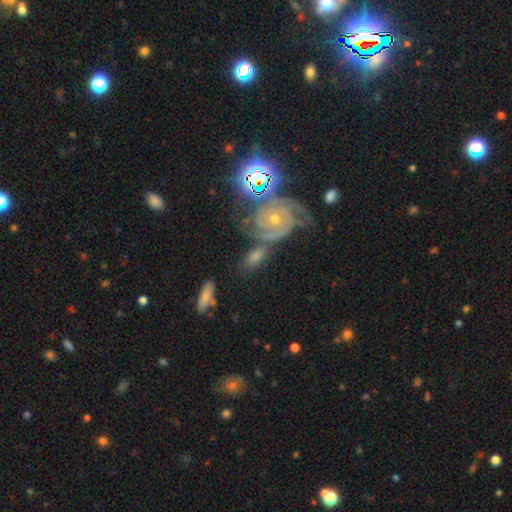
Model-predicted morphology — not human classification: Smooth or featured?
  - featured or disk: 61% *
  - smooth: 22%
  - star or artifact: 18%
Edge-on disk?
  - no: 91% *
  - yes: 9%
Bar?
  - no: 69% *
  - weak: 22%
  - strong: 9%
Spiral arms?
  - yes: 90% *
  - no: 10%
Spiral winding?
  - tight: 58% *
  - medium: 32%
  - loose: 10%
Spiral arm count?
  - 2: 36% *
  - can't tell: 24%
  - 3: 22%
  - 4: 7%
  - 1: 6%
  - more than 4: 5%
Bulge size?
  - small: 53% *
  - moderate: 40%
  - large: 3%
  - none: 3%
  - dominant: 2%
Merging?
  - none: 47% *
  - merger: 21%
  - minor disturbance: 21%
  - major disturbance: 11%